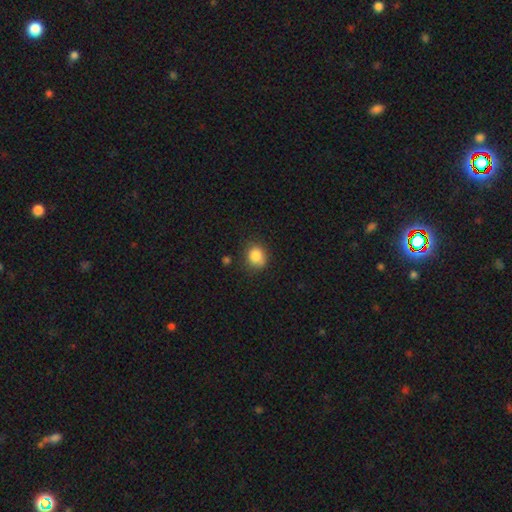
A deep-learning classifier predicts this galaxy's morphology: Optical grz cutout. It shows a smooth galaxy with no disk features (85%) that is round (71%). Merging: none (74%).